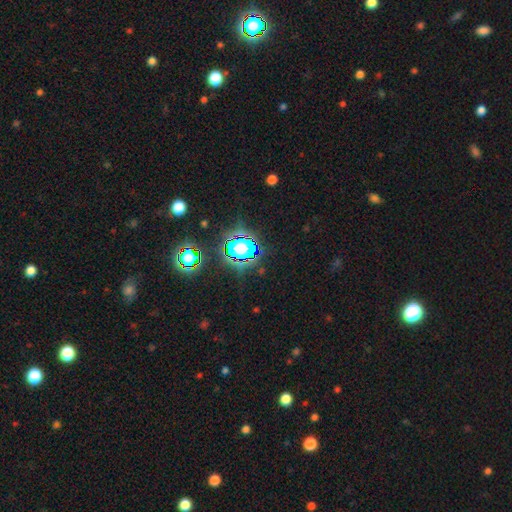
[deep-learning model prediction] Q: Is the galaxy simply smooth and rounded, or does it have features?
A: star or artifact — 82%.